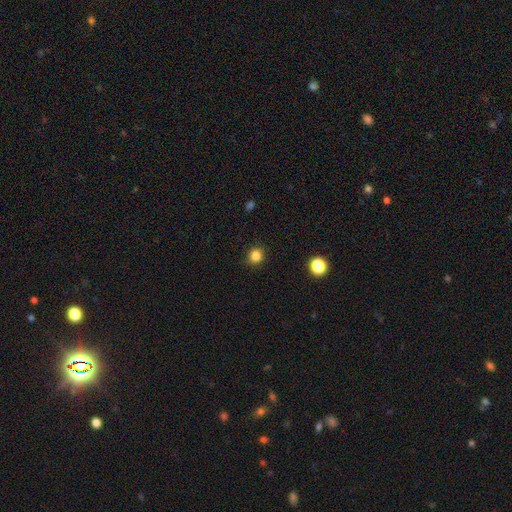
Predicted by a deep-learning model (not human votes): Smooth or featured? Predicted: smooth (p=0.84). How rounded? Predicted: round (p=0.83). Merging? Predicted: none (p=0.87).